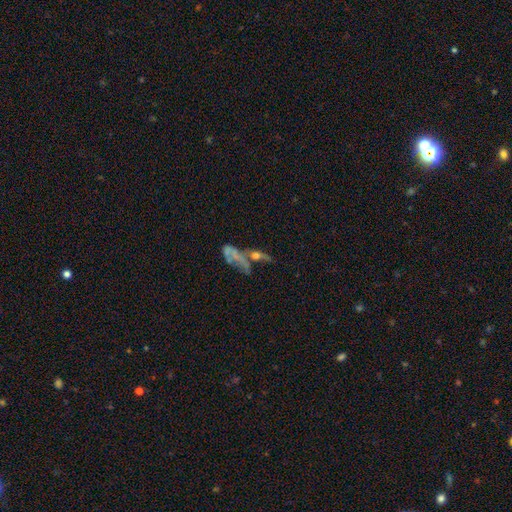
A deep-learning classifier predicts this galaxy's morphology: Smooth or featured: featured or disk — 51% (smooth — 33%)
Edge-on disk: no — 55% (yes — 45%)
Merging: merger — 40% (none — 26%)